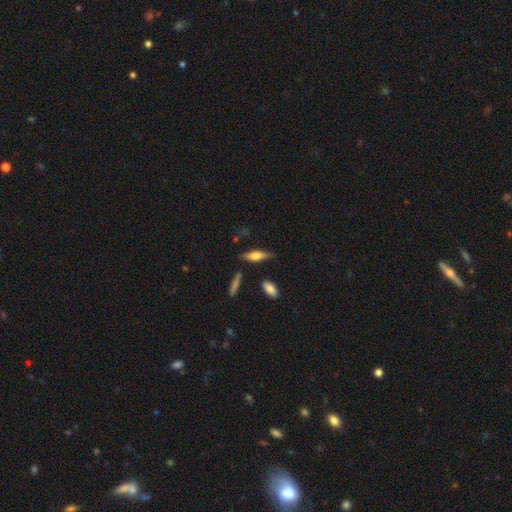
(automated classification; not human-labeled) Q: Smooth or featured?
A: smooth (54%); runner-up: featured or disk (38%)
Q: How rounded?
A: cigar-shaped (53%); runner-up: in between (44%)
Q: Merging?
A: none (76%); runner-up: minor disturbance (16%)